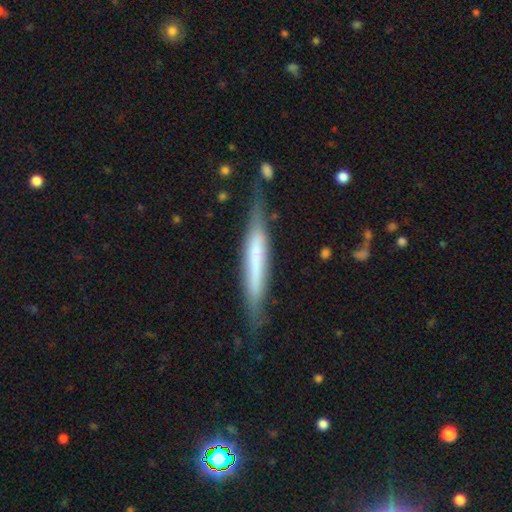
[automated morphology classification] smooth_or_featured: featured or disk (p=0.51) [alt: smooth p=0.43]
disk_edge_on: yes (p=0.93) [alt: no p=0.07]
merging: none (p=0.77) [alt: minor disturbance p=0.17]